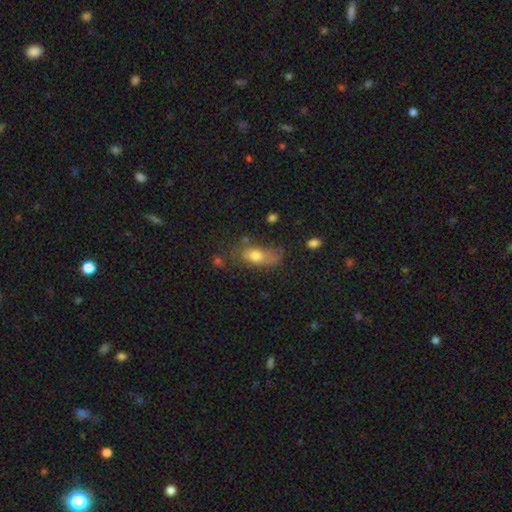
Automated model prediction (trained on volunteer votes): Smooth or featured? Predicted: smooth (p=0.71). How rounded? Predicted: in between (p=0.83). Merging? Predicted: none (p=0.43).